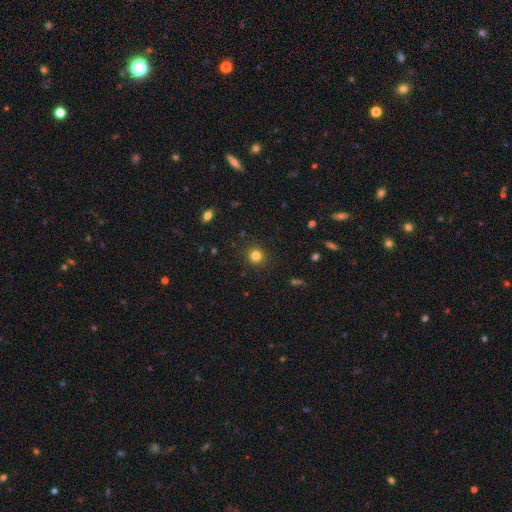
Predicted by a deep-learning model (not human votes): Overall: smooth (82%). How rounded: round (91%). Merging: none (90%).